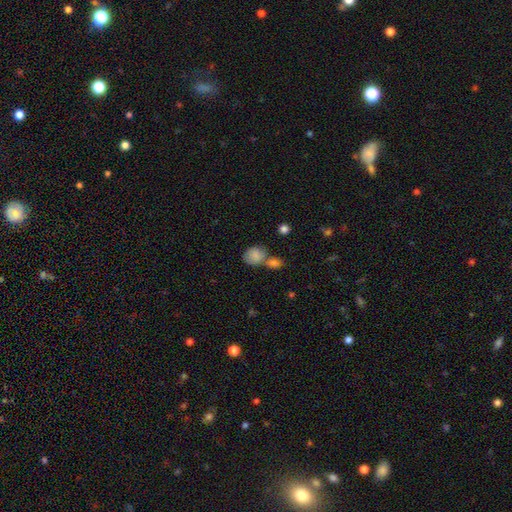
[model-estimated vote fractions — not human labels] The model was most divided on "how rounded": round: 52%, in between: 47%, cigar-shaped: 1%. Remaining: smooth or featured — smooth (82%); merging — merger (44%).